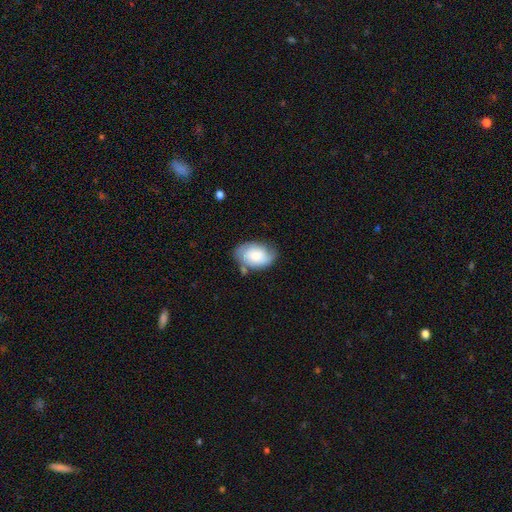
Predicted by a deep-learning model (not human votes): Overall: smooth (65%; featured or disk 28%). How rounded: in between (86%). Merging: none (61%; minor disturbance 26%).